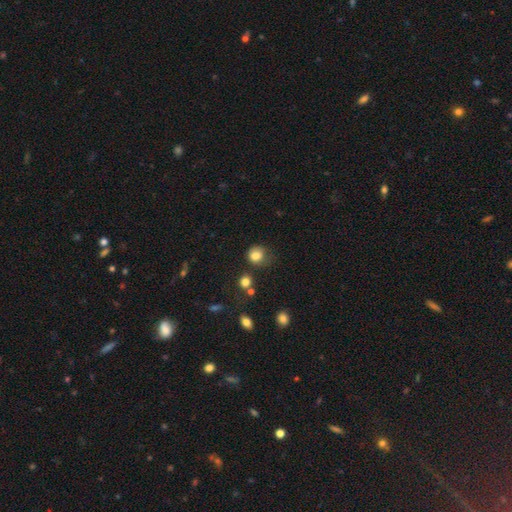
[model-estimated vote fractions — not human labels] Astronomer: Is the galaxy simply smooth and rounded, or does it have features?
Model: smooth — 83%.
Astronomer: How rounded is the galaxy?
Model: round — 78%.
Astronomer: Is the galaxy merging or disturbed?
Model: none — 57%.